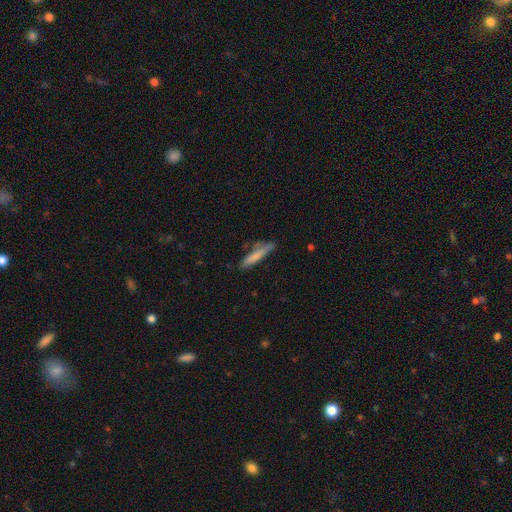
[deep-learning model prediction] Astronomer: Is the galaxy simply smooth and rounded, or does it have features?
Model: smooth — 76%.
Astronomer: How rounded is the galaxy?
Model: cigar-shaped — 89%.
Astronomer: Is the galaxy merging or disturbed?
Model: none — 72%.